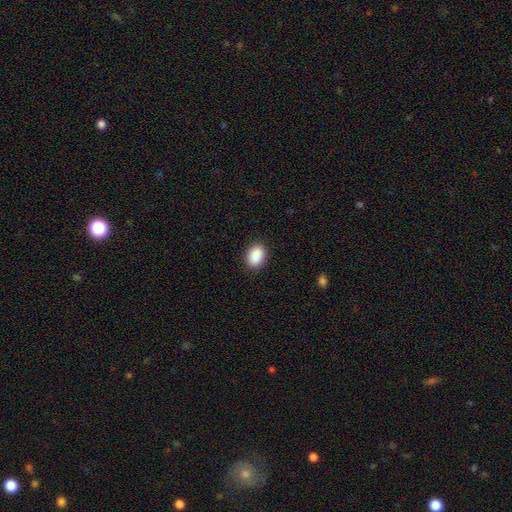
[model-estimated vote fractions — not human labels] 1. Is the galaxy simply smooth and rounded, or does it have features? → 91% smooth, 7% star or artifact, 2% featured or disk.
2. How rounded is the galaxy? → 76% in between, 23% round, 1% cigar-shaped.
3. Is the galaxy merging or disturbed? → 89% none, 8% minor disturbance, 2% major disturbance, 1% merger.